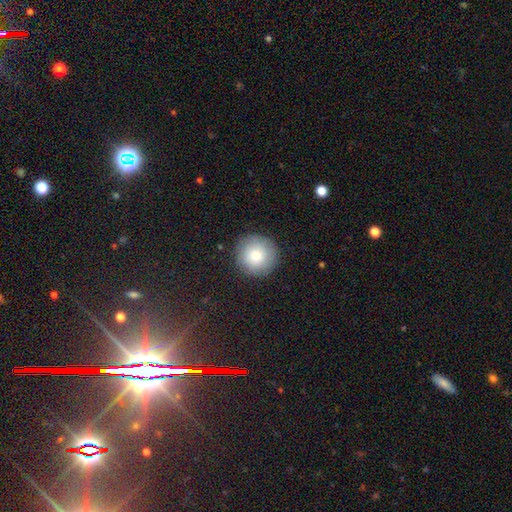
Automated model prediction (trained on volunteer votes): Smooth or featured? smooth (81%)
How rounded? round (96%)
Merging? none (89%)